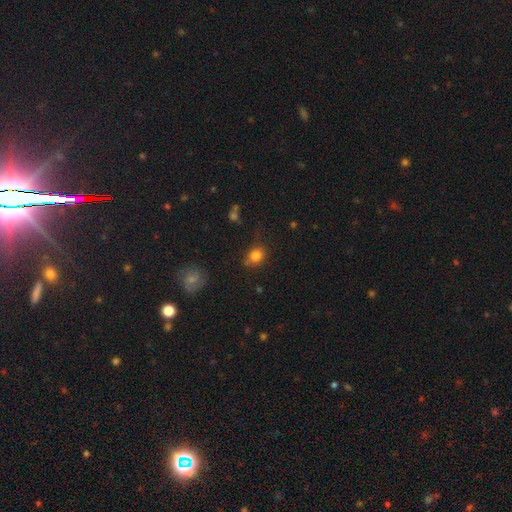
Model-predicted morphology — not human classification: smooth_or_featured: smooth (p=0.83) [alt: star or artifact p=0.11]
how_rounded: round (p=0.61) [alt: in between p=0.38]
merging: none (p=0.70) [alt: minor disturbance p=0.22]